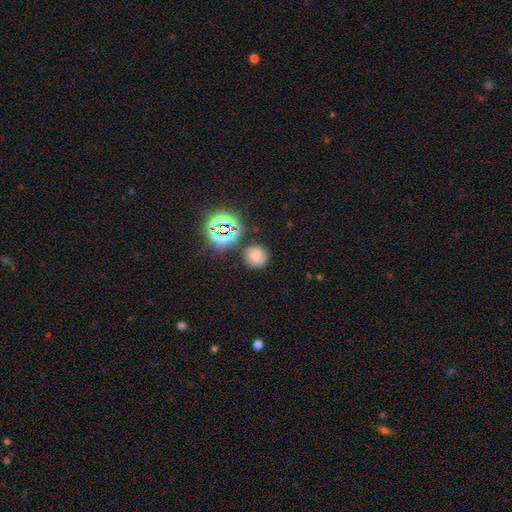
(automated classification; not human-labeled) smooth-or-featured: smooth: 67% | star or artifact: 22% | featured or disk: 11%
  how-rounded: round: 92% | in between: 7% | cigar-shaped: 1%
  merging: none: 81% | minor disturbance: 10% | merger: 5% | major disturbance: 3%